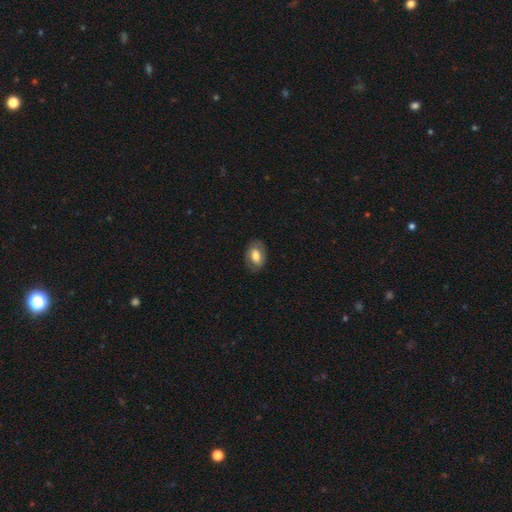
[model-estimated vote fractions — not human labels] This appears to be a smooth galaxy with no disk features (65%) that is in between round and cigar-shaped (84%). Merging: none (80%).